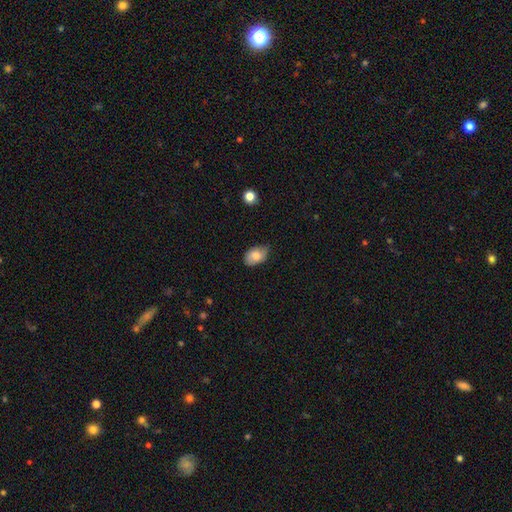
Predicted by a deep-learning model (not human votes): smooth 78%, featured or disk 15%, star or artifact 7%. Down the decision tree: how rounded — in between (89%); merging — none (68%).